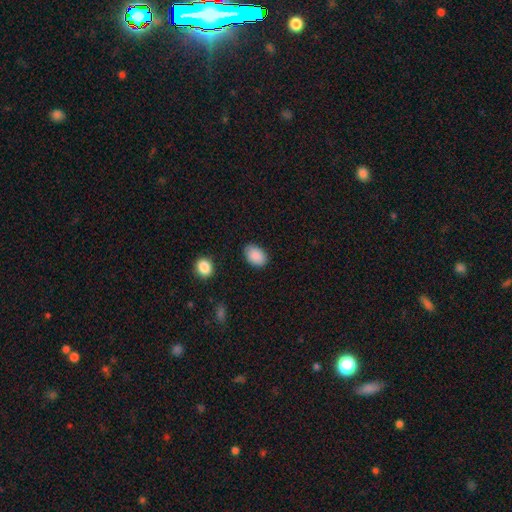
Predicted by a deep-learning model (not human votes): A smooth galaxy with no disk features (90%) that is in between round and cigar-shaped (85%).

Vote fractions:
- Smooth or featured? smooth: 90% / star or artifact: 7% / featured or disk: 3%
- How rounded? in between: 85% / round: 14% / cigar-shaped: 1%
- Merging? none: 85% / minor disturbance: 11% / major disturbance: 2% / merger: 1%